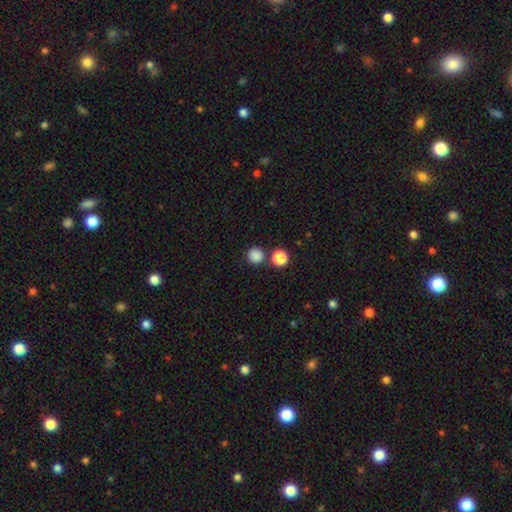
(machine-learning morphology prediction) smooth-or-featured: smooth: 84% | star or artifact: 12% | featured or disk: 4%
  how-rounded: round: 93% | in between: 6% | cigar-shaped: 1%
  merging: none: 77% | merger: 13% | minor disturbance: 7% | major disturbance: 3%